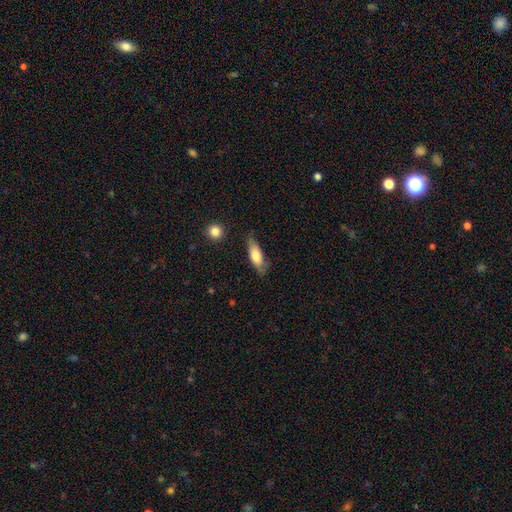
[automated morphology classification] type=smooth (72%); roundness=in between (65%); merging=none (65%).